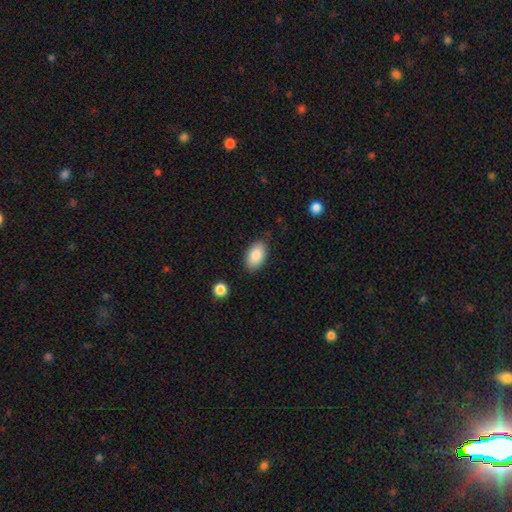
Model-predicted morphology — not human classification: smooth_or_featured: smooth (p=0.86) [alt: star or artifact p=0.07]
how_rounded: in between (p=0.94) [alt: round p=0.05]
merging: none (p=0.84) [alt: minor disturbance p=0.11]